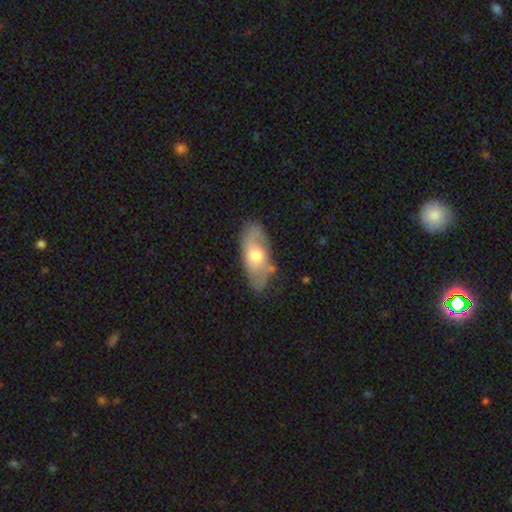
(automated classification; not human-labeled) A smooth galaxy with no disk features (50%) that is in between round and cigar-shaped (85%).

Vote fractions:
- Smooth or featured? smooth: 50% / featured or disk: 44% / star or artifact: 6%
- How rounded? in between: 85% / cigar-shaped: 12% / round: 4%
- Merging? none: 66% / minor disturbance: 25% / major disturbance: 6% / merger: 3%